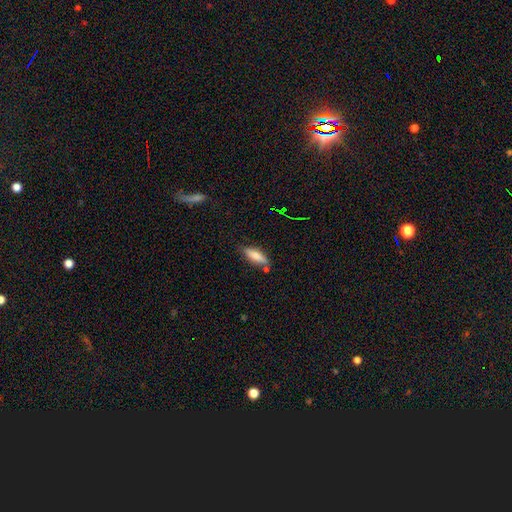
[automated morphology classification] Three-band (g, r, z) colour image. It shows a smooth galaxy with no disk features (78%) that is in between round and cigar-shaped (49%, tied with cigar-shaped). Merging: none (73%).